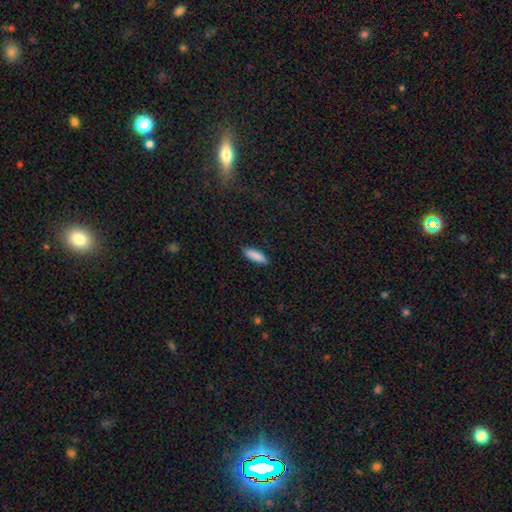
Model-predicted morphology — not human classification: smooth 88%, star or artifact 6%, featured or disk 5%. Down the decision tree: how rounded — cigar-shaped (54%); merging — none (89%).